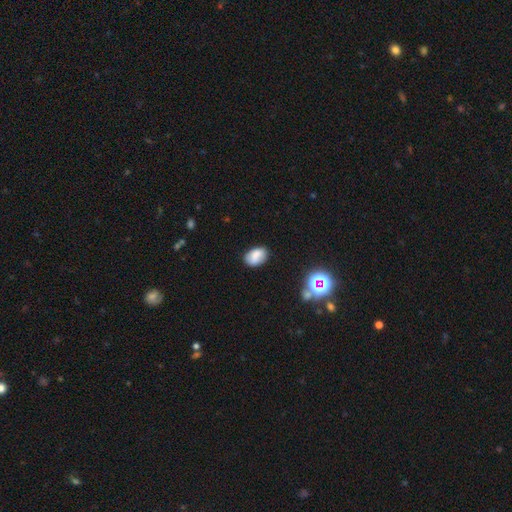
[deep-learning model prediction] This appears to be a smooth galaxy with no disk features (75%) that is in between round and cigar-shaped (85%). Merging: none (75%).